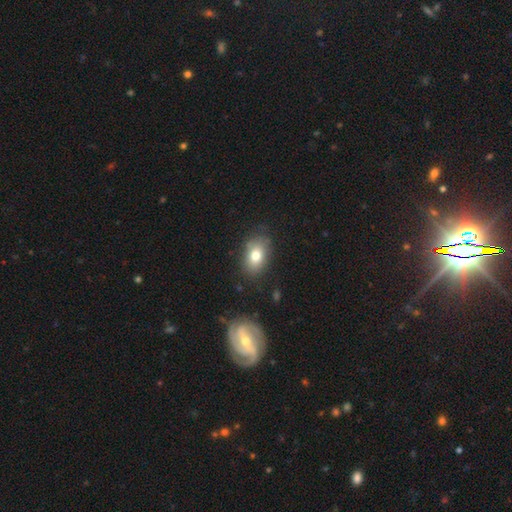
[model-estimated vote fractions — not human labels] This is likely a smooth galaxy (77%). How rounded: clearly in between (82%). Merging: likely none (79%).